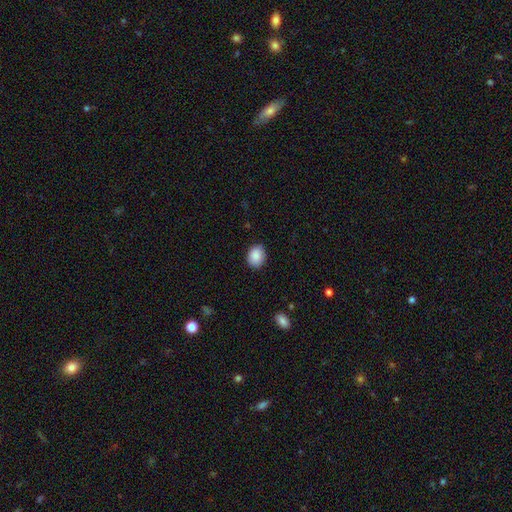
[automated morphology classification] smooth-or-featured: smooth: 89% | star or artifact: 7% | featured or disk: 4%
  how-rounded: in between: 54% | round: 45% | cigar-shaped: 1%
  merging: none: 87% | minor disturbance: 10% | major disturbance: 2% | merger: 1%